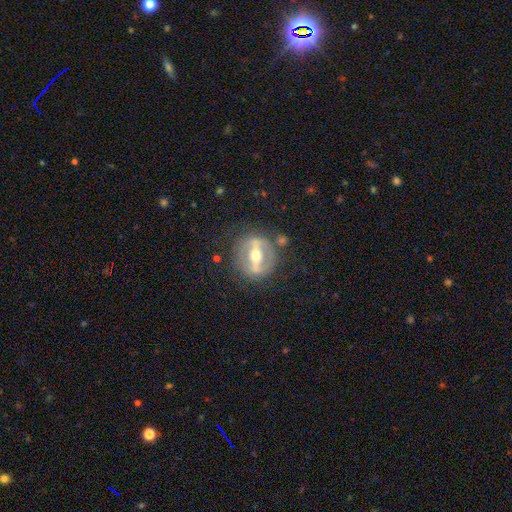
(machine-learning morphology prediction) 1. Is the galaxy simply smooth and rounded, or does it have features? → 76% featured or disk, 17% smooth, 7% star or artifact.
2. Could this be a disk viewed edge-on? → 80% no, 20% yes.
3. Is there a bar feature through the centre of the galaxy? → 74% strong, 17% weak, 9% no.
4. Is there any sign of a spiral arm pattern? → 71% no, 29% yes.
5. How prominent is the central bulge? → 70% moderate, 20% small, 8% large, 1% dominant, 1% none.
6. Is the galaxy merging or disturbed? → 77% none, 13% minor disturbance, 7% major disturbance, 3% merger.